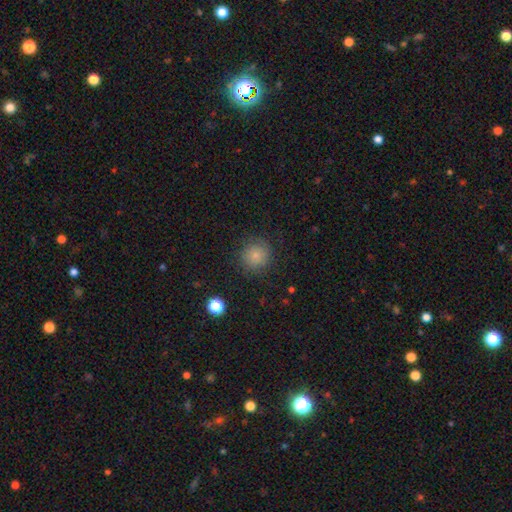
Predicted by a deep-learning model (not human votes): Smooth or featured?
  - smooth: 80% *
  - star or artifact: 11%
  - featured or disk: 8%
How rounded?
  - round: 91% *
  - in between: 8%
  - cigar-shaped: 1%
Merging?
  - none: 82% *
  - minor disturbance: 11%
  - major disturbance: 5%
  - merger: 1%